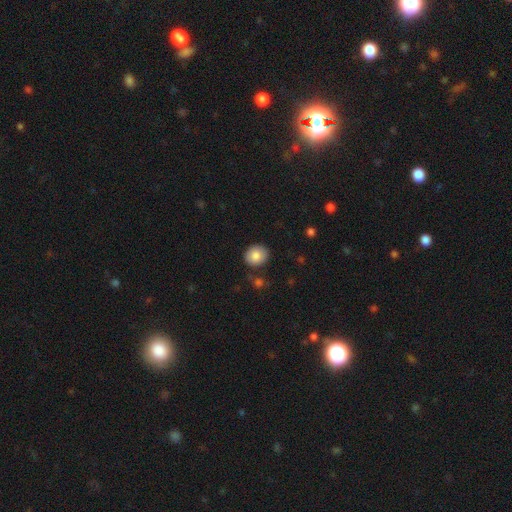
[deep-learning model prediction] Smooth or featured? smooth (84%)
How rounded? round (73%)
Merging? none (85%)